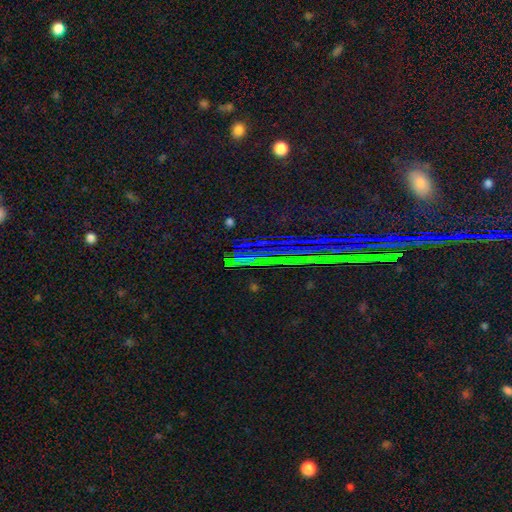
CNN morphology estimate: This appears to be a star or artifact, not a galaxy (83%).